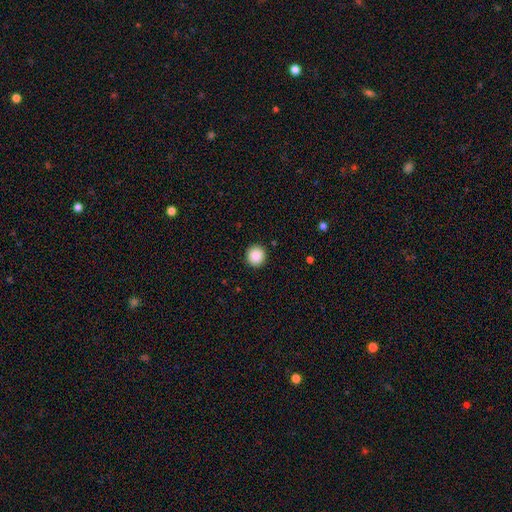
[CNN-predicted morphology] A smooth galaxy with no disk features (89%) that is round (93%).

Vote fractions:
- Smooth or featured? smooth: 89% / star or artifact: 9% / featured or disk: 2%
- How rounded? round: 93% / in between: 6% / cigar-shaped: 1%
- Merging? none: 92% / minor disturbance: 5% / major disturbance: 2% / merger: 1%